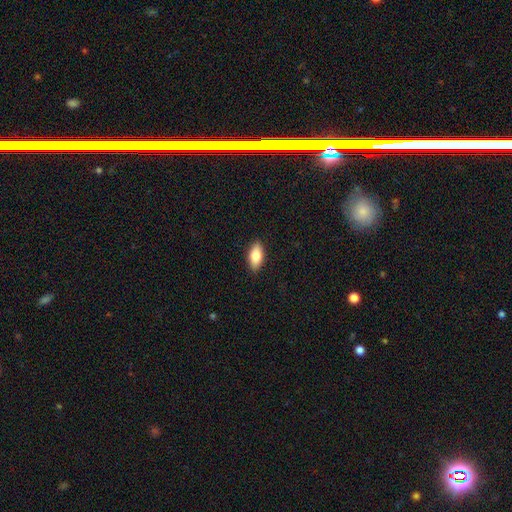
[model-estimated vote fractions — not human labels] A smooth galaxy with no disk features (81%) that is in between round and cigar-shaped (89%).

Vote fractions:
- Smooth or featured? smooth: 81% / featured or disk: 12% / star or artifact: 7%
- How rounded? in between: 89% / cigar-shaped: 8% / round: 3%
- Merging? none: 89% / minor disturbance: 8% / major disturbance: 2% / merger: 1%